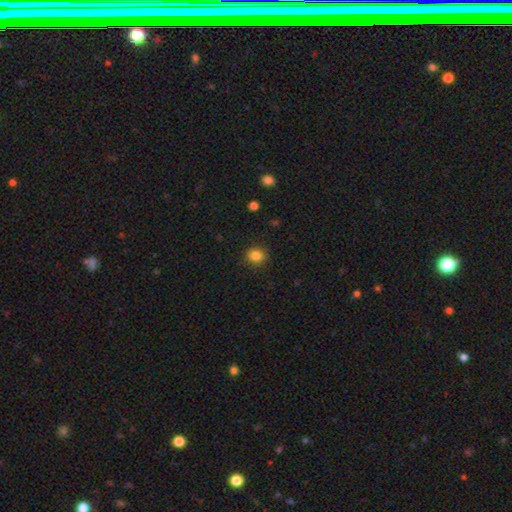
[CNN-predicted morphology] Q: Smooth or featured?
A: smooth (84%); runner-up: star or artifact (11%)
Q: How rounded?
A: round (81%); runner-up: in between (18%)
Q: Merging?
A: none (88%); runner-up: minor disturbance (8%)